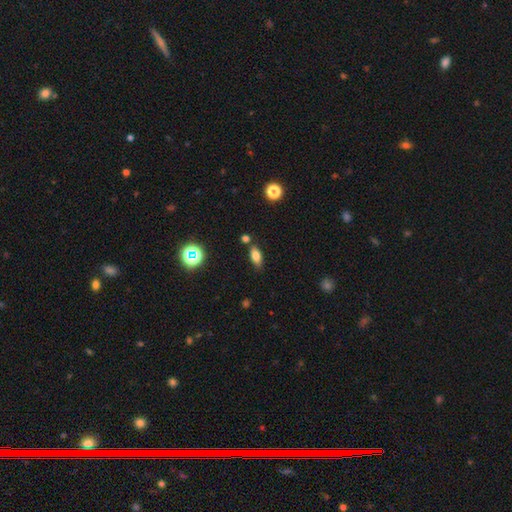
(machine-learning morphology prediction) A smooth galaxy with no disk features (76%) that is in between round and cigar-shaped (80%).

Vote fractions:
- Smooth or featured? smooth: 76% / featured or disk: 12% / star or artifact: 12%
- How rounded? in between: 80% / cigar-shaped: 14% / round: 6%
- Merging? none: 75% / minor disturbance: 14% / merger: 8% / major disturbance: 3%